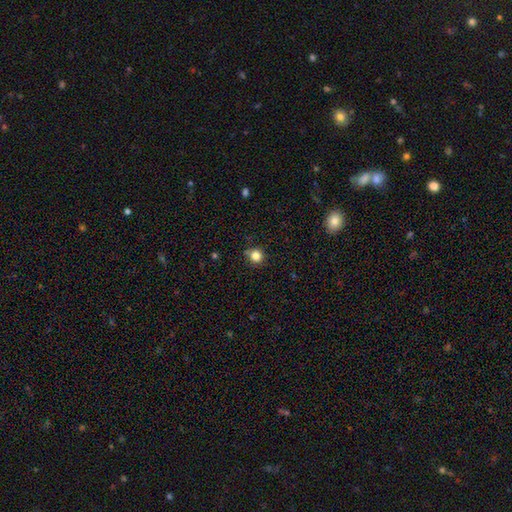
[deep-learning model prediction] smooth_or_featured: smooth (p=0.82) [alt: star or artifact p=0.13]
how_rounded: round (p=0.91) [alt: in between p=0.08]
merging: none (p=0.82) [alt: minor disturbance p=0.11]